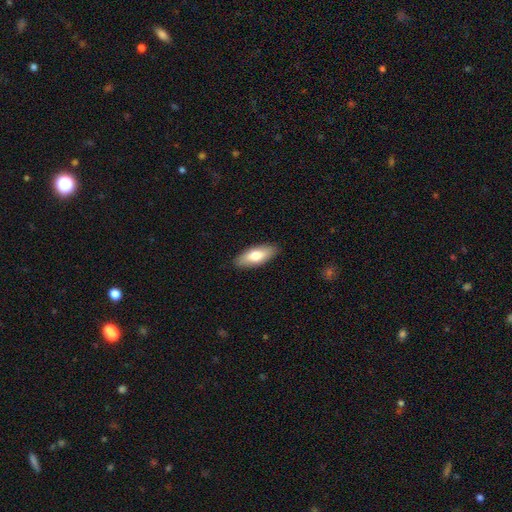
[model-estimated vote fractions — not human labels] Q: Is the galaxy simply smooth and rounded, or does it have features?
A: smooth — 73%.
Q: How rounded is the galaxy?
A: in between — 76%.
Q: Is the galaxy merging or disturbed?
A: none — 89%.